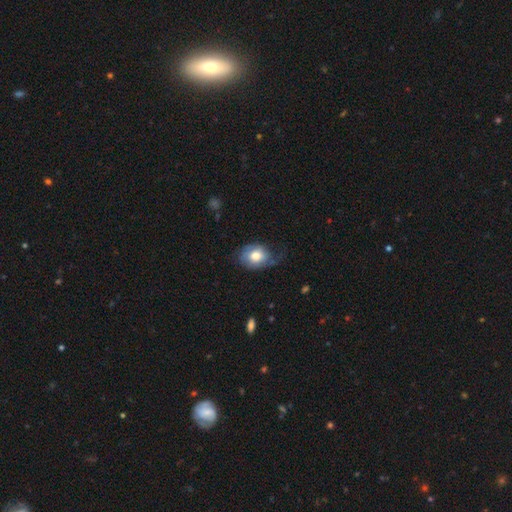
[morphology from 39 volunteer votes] This appears to be a smooth galaxy with no disk features (54%) that is round (71%). Merging: none (57%).